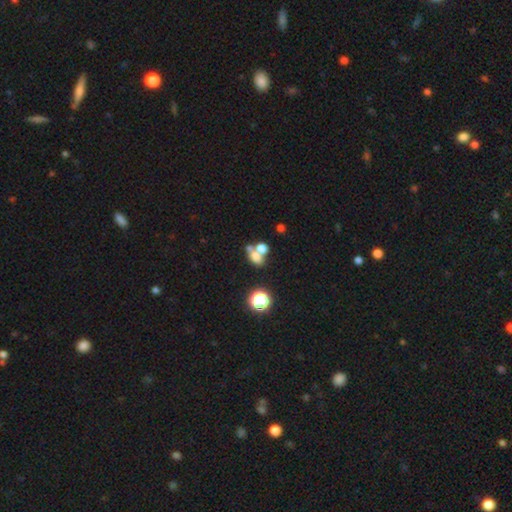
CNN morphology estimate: The model was most divided on "merging": merger: 54%, none: 32%, minor disturbance: 9%, major disturbance: 6%. More confident: smooth or featured — smooth (67%); how rounded — in between (64%).